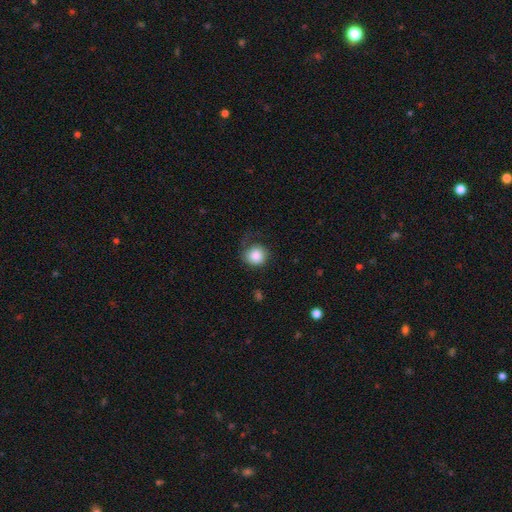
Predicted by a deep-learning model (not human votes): A smooth galaxy with no disk features (84%) that is round (86%).

Vote fractions:
- Smooth or featured? smooth: 84% / featured or disk: 9% / star or artifact: 7%
- How rounded? round: 86% / in between: 13% / cigar-shaped: 1%
- Merging? none: 53% / minor disturbance: 24% / major disturbance: 20% / merger: 2%